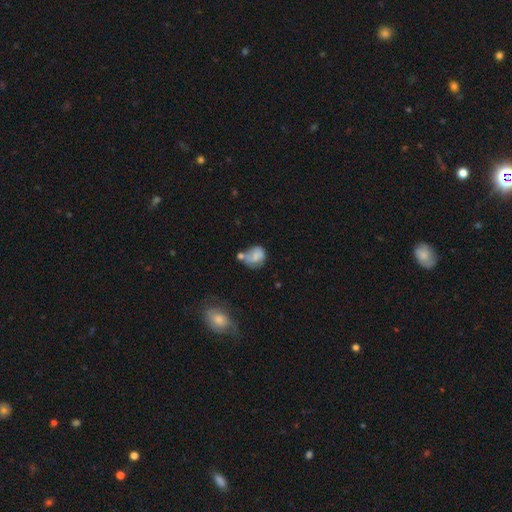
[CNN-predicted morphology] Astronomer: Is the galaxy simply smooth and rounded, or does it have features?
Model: smooth — 63%.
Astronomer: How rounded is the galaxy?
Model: round — 53% (runner-up: in between, 46%).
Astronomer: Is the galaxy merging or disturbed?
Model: none — 31% (runner-up: minor disturbance, 26%).